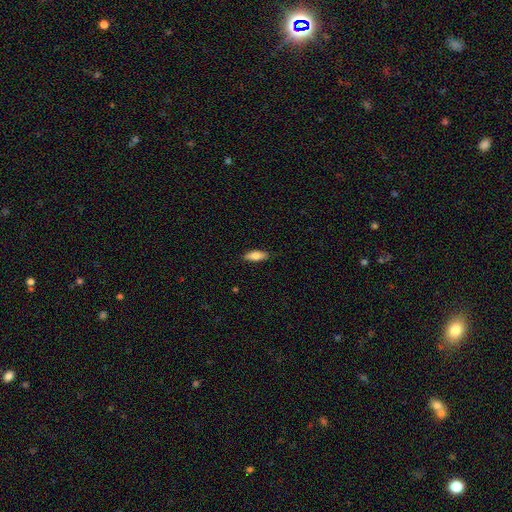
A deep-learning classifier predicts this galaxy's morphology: Q: Smooth or featured?
A: smooth (79%); runner-up: featured or disk (15%)
Q: How rounded?
A: in between (73%); runner-up: cigar-shaped (24%)
Q: Merging?
A: none (86%); runner-up: minor disturbance (11%)